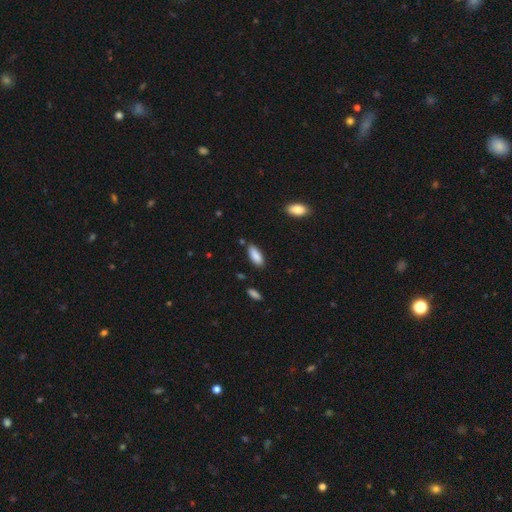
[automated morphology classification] The model was most divided on "how rounded": in between: 77%, cigar-shaped: 21%, round: 2%. More confident: smooth or featured — smooth (88%); merging — none (81%).